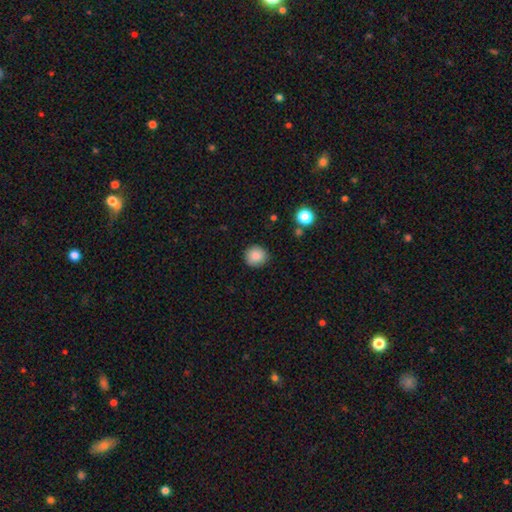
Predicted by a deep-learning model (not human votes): The model was most divided on "smooth or featured": smooth: 87%, star or artifact: 9%, featured or disk: 4%. More confident: how rounded — round (90%); merging — none (88%).